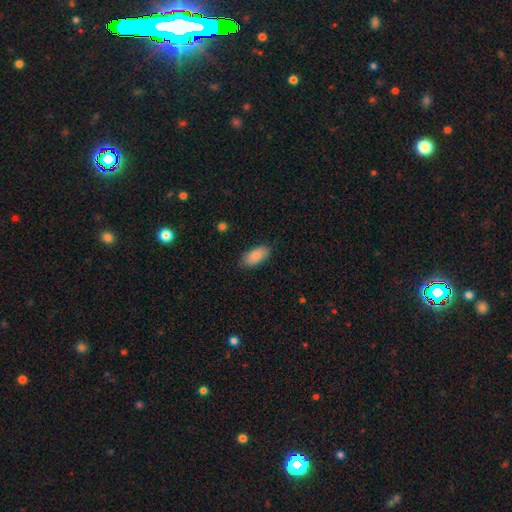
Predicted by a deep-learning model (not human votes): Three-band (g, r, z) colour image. It shows a smooth galaxy with no disk features (86%) that is in between round and cigar-shaped (93%). Merging: none (84%).